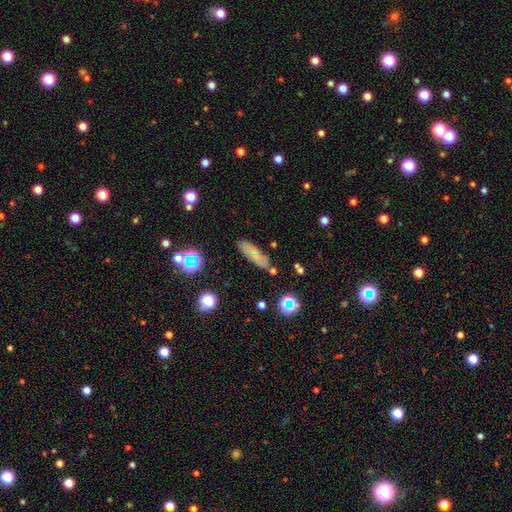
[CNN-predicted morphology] This appears to be a smooth galaxy with no disk features (66%) that is cigar-shaped (54%). Merging: none (76%).